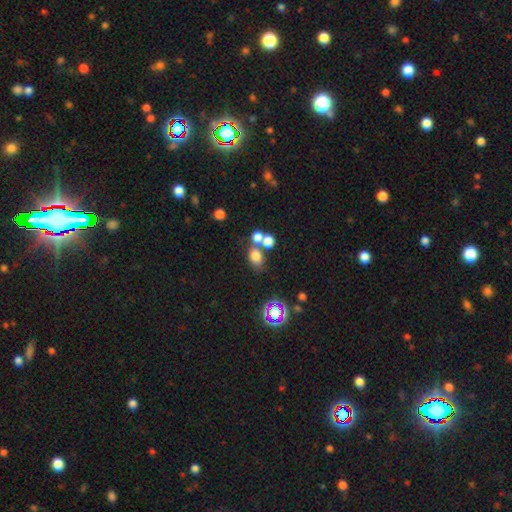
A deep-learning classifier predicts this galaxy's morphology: smooth_or_featured: smooth (p=0.71) [alt: star or artifact p=0.18]
how_rounded: in between (p=0.54) [alt: round p=0.45]
merging: none (p=0.45) [alt: merger p=0.40]